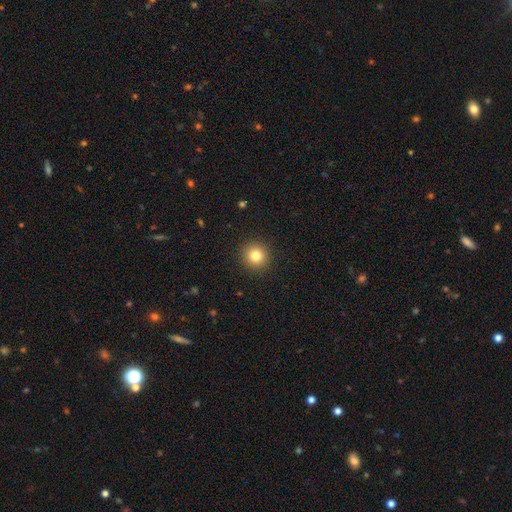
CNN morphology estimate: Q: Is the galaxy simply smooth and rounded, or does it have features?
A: smooth — 81%.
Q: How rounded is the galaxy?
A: round — 94%.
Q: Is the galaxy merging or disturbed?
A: none — 92%.